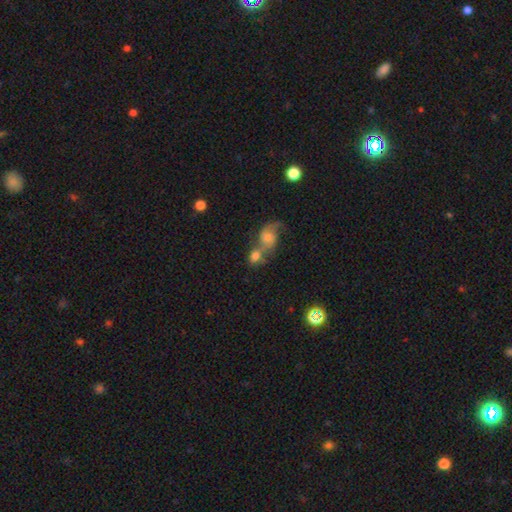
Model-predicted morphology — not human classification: Smooth or featured: smooth — 62% (featured or disk — 26%)
How rounded: in between — 51% (round — 46%)
Merging: merger — 67% (none — 19%)